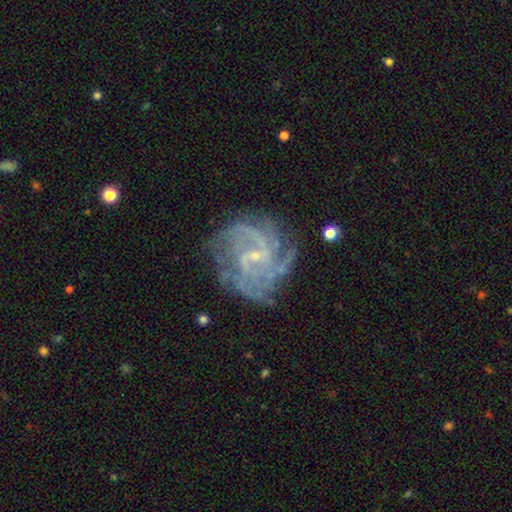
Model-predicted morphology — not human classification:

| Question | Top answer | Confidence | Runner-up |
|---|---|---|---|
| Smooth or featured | featured or disk | 87% | star or artifact (8%) |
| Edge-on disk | no | 98% | yes (2%) |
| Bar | weak | 49% | no (38%) |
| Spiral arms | yes | 96% | no (4%) |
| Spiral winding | tight | 50% | medium (40%) |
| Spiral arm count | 4 | 24% | tied: can't tell (24%) |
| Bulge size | small | 81% | moderate (11%) |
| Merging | none | 69% | minor disturbance (18%) |